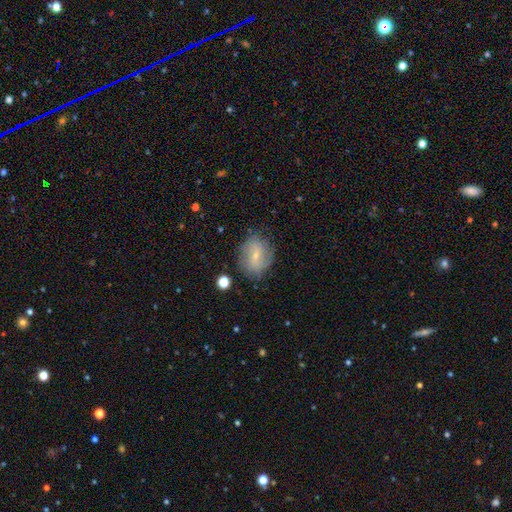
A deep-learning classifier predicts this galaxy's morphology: Smooth or featured?
  - smooth: 46% *
  - featured or disk: 44%
  - star or artifact: 10%
Merging?
  - none: 74% *
  - minor disturbance: 18%
  - major disturbance: 6%
  - merger: 2%